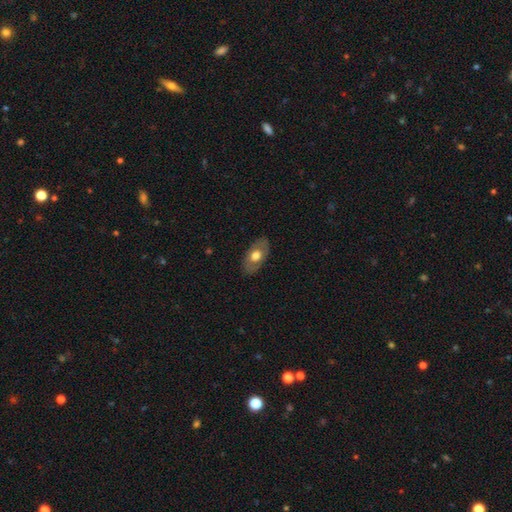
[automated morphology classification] Overall: smooth (55%; featured or disk 39%). How rounded: in between (89%). Merging: none (82%).